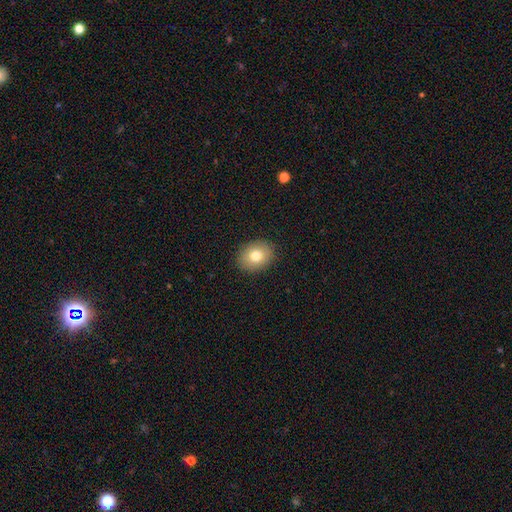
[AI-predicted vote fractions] Smooth or featured? Predicted: smooth (p=0.78). How rounded? Predicted: in between (p=0.57). Merging? Predicted: none (p=0.89).